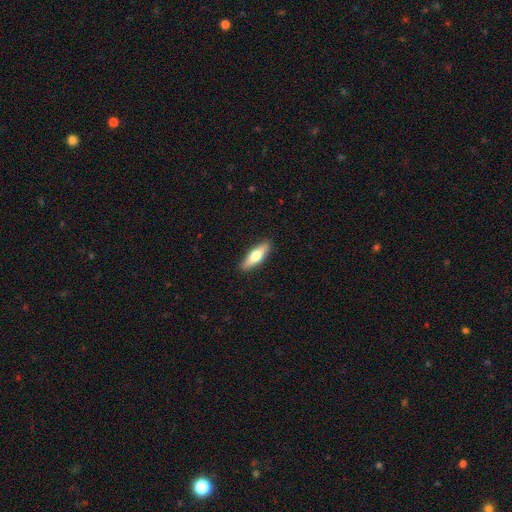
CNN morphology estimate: This is possibly a smooth galaxy (59%). How rounded: possibly cigar-shaped (54%). Merging: clearly none (90%).